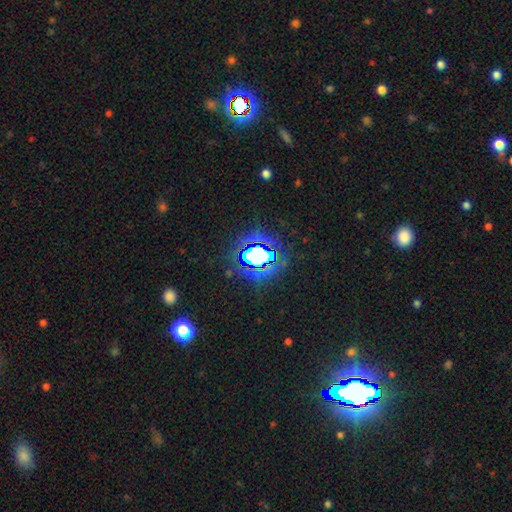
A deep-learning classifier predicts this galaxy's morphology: Overall: star or artifact (71%).